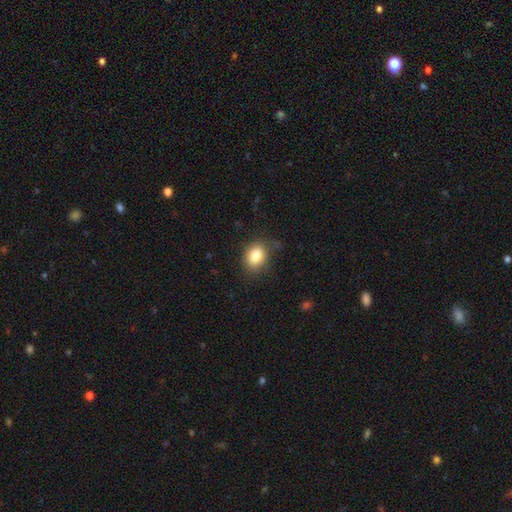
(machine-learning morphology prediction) A smooth galaxy with no disk features (82%) that is round (52%). Merging: none (74%).